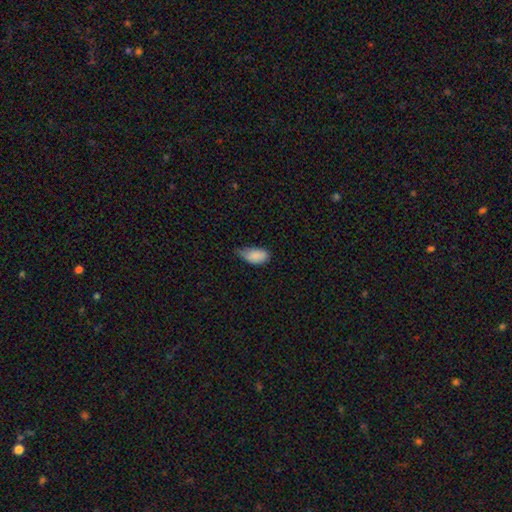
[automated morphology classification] The model was most divided on "merging": minor disturbance: 54%, none: 32%, major disturbance: 12%, merger: 2%. More confident: how rounded — in between (93%); smooth or featured — smooth (87%).